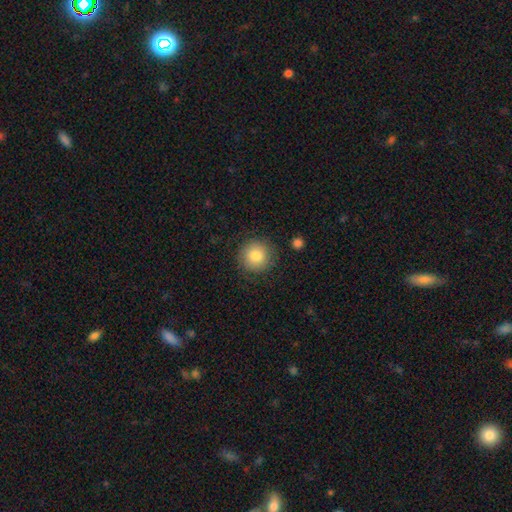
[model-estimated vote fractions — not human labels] This is clearly a smooth galaxy (84%). How rounded: clearly round (94%). Merging: clearly none (86%).